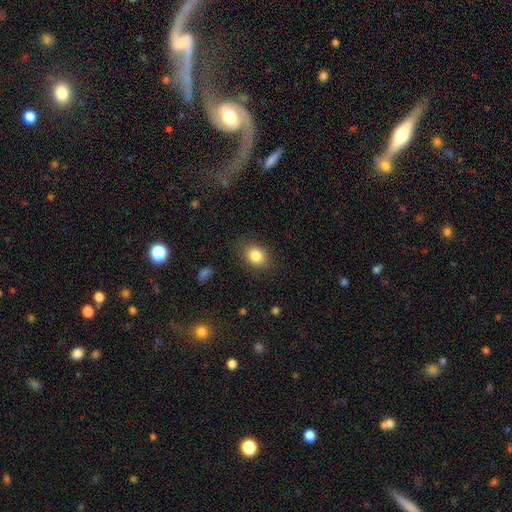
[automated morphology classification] Smooth or featured: smooth — 83% (star or artifact — 9%)
How rounded: in between — 62% (round — 37%)
Merging: none — 83% (minor disturbance — 13%)